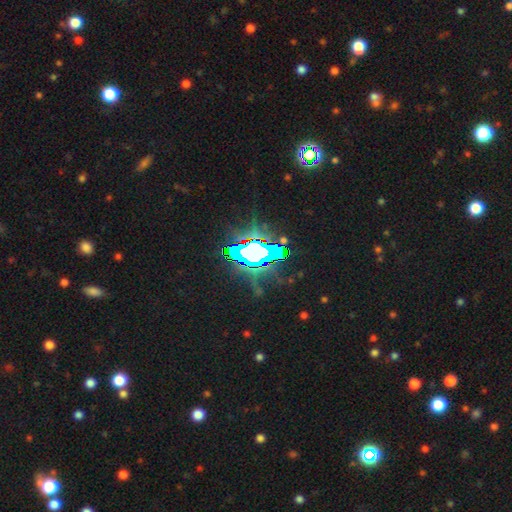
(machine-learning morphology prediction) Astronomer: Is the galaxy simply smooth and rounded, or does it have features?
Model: star or artifact — 64%.